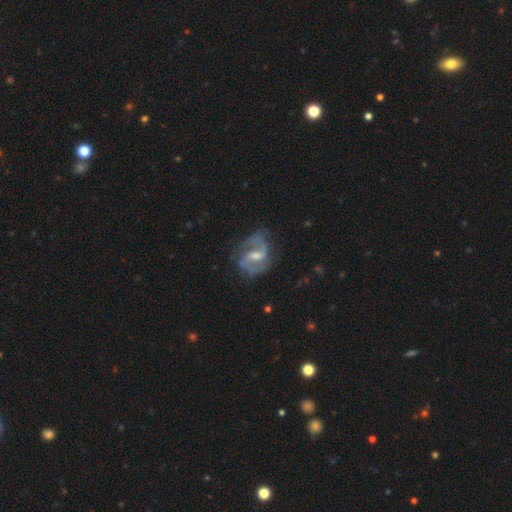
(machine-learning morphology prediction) featured or disk 88%, smooth 7%, star or artifact 5%. Down the decision tree: edge-on disk — no (98%); bar — weak (55%); spiral arms — yes (96%); spiral arm count — 2 (90%); spiral winding — medium (51%); bulge size — moderate (47%); merging — none (69%).